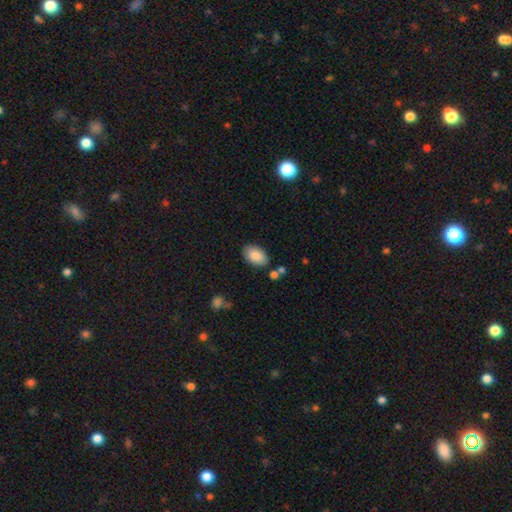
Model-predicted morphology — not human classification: Q: Smooth or featured?
A: smooth (85%); runner-up: featured or disk (8%)
Q: How rounded?
A: in between (93%); runner-up: round (6%)
Q: Merging?
A: none (81%); runner-up: minor disturbance (12%)